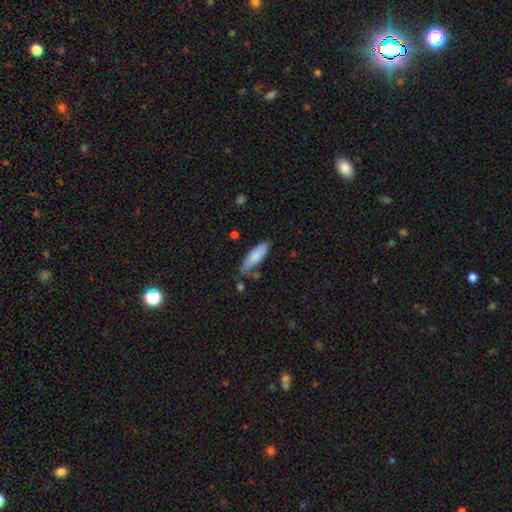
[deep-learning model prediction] This is clearly a smooth galaxy (82%). How rounded: possibly in between (59%). Merging: likely none (64%).